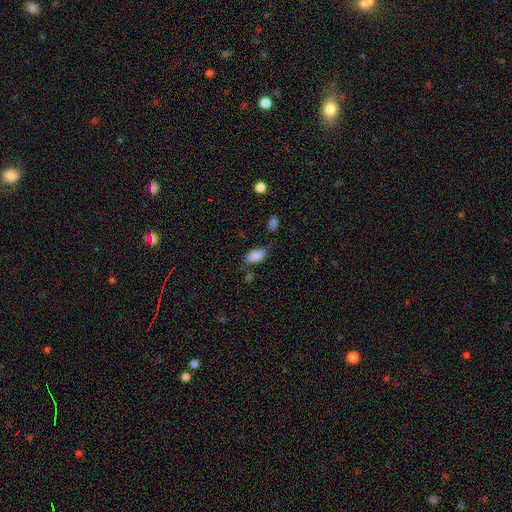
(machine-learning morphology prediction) The model was most divided on "merging": none: 64%, minor disturbance: 24%, major disturbance: 6%, merger: 6%. More confident: how rounded — in between (94%); smooth or featured — smooth (85%).